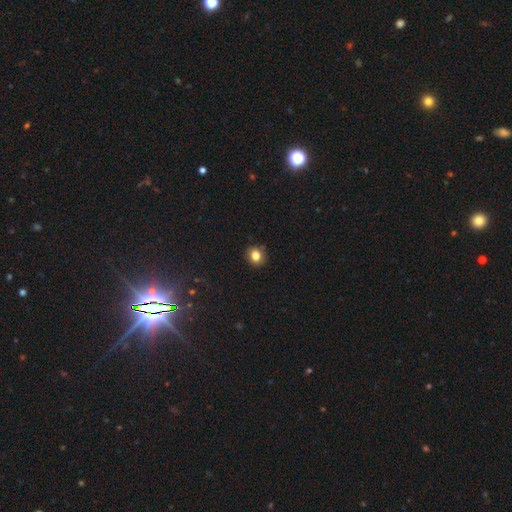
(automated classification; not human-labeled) A smooth galaxy with no disk features (82%) that is round (78%). Merging: none (89%).